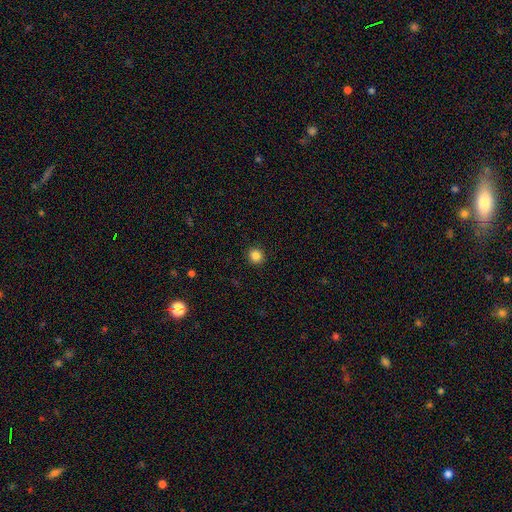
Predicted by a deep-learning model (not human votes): smooth_or_featured: smooth (p=0.86) [alt: star or artifact p=0.11]
how_rounded: round (p=0.89) [alt: in between p=0.10]
merging: none (p=0.92) [alt: minor disturbance p=0.05]